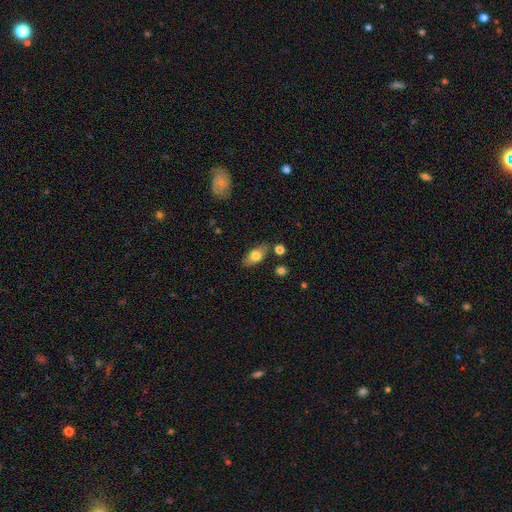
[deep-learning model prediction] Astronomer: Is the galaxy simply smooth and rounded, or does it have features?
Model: smooth — 73%.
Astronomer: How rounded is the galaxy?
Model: in between — 87%.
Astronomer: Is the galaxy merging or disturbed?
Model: none — 79%.